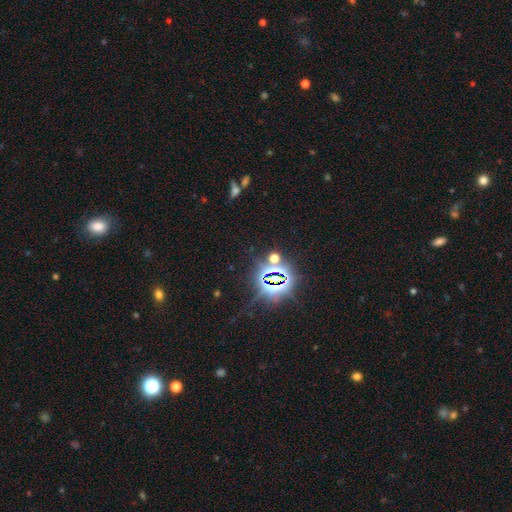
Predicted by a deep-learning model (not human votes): Smooth or featured? Predicted: star or artifact (p=0.83).